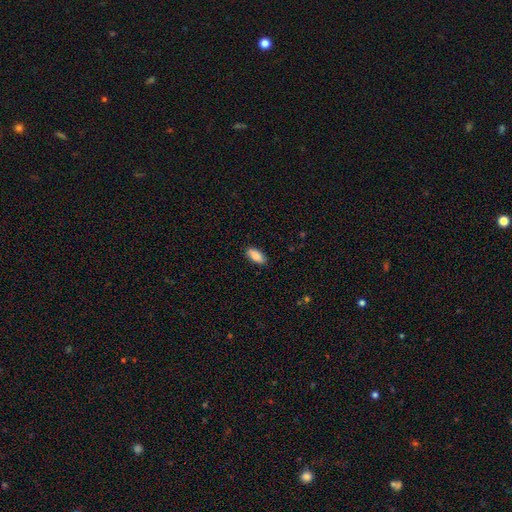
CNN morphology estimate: smooth_or_featured: smooth (p=0.88) [alt: star or artifact p=0.07]
how_rounded: in between (p=0.88) [alt: cigar-shaped p=0.10]
merging: none (p=0.87) [alt: minor disturbance p=0.10]